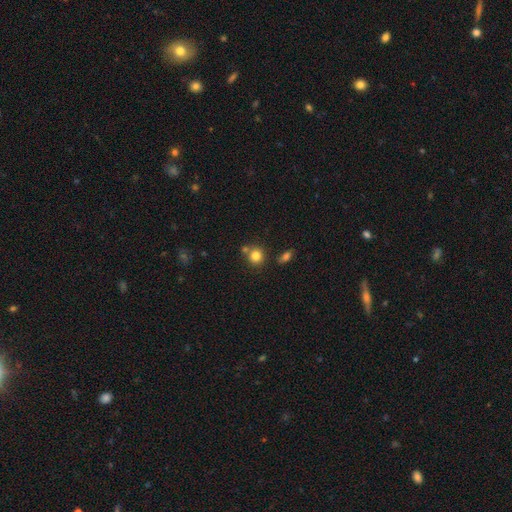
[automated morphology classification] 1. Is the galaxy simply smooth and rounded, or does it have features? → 81% smooth, 12% star or artifact, 7% featured or disk.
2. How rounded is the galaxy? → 88% round, 11% in between, 1% cigar-shaped.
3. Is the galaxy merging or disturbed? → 67% none, 19% merger, 10% minor disturbance, 3% major disturbance.